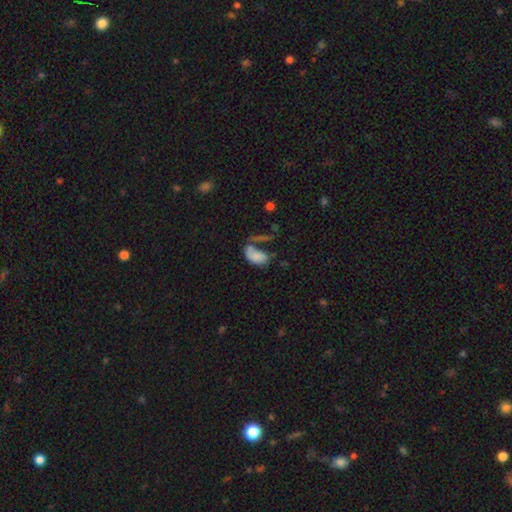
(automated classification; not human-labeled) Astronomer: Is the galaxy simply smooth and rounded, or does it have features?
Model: smooth — 72%.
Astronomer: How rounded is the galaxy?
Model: in between — 91%.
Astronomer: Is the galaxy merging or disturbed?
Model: none — 31% (runner-up: merger, 27%).